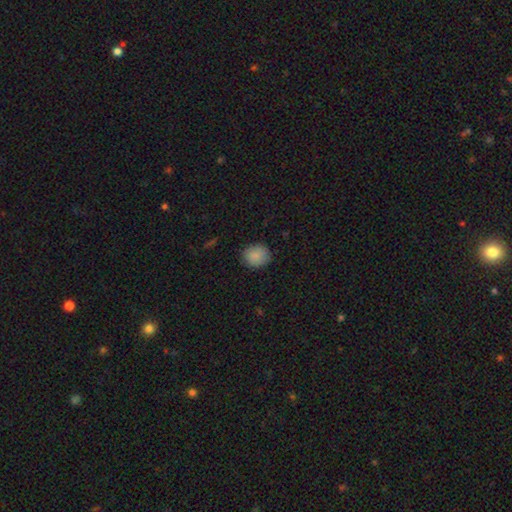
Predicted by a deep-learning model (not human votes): The model was most divided on "how rounded": round: 70%, in between: 29%, cigar-shaped: 1%. More confident: smooth or featured — smooth (88%); merging — none (84%).